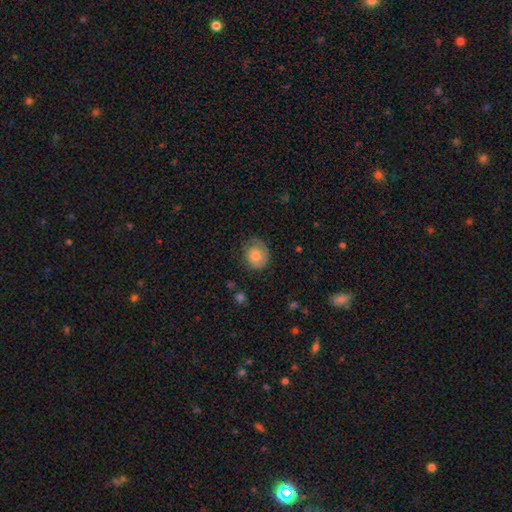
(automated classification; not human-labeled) This is likely a smooth galaxy (66%). How rounded: likely round (73%). Merging: likely none (66%).